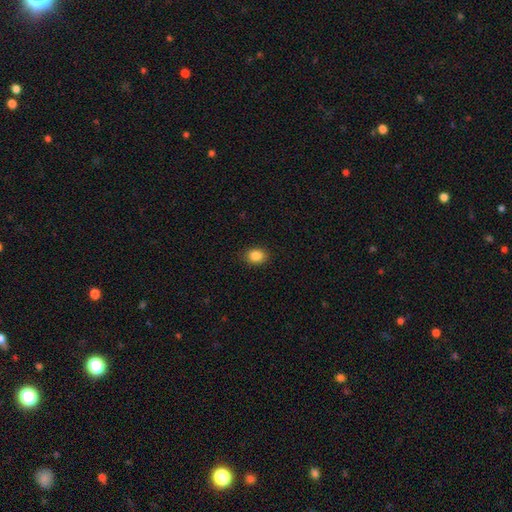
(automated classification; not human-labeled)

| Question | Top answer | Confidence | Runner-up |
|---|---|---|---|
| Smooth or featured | smooth | 87% | star or artifact (9%) |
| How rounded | in between | 60% | round (39%) |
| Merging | none | 87% | minor disturbance (9%) |